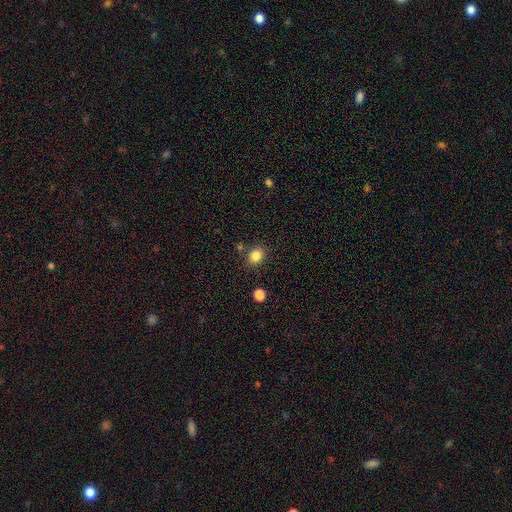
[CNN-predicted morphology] smooth_or_featured: smooth (p=0.84) [alt: star or artifact p=0.11]
how_rounded: round (p=0.66) [alt: in between p=0.33]
merging: none (p=0.82) [alt: minor disturbance p=0.10]